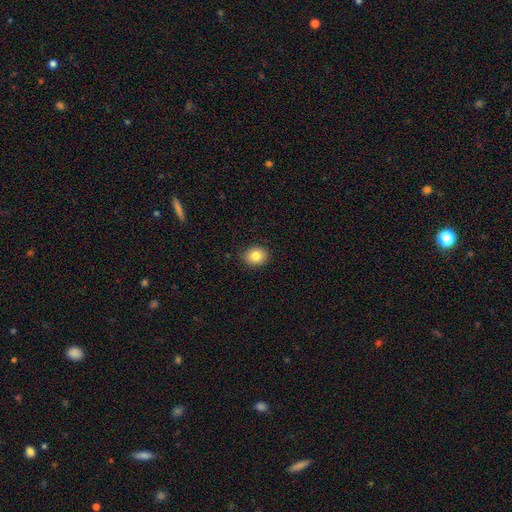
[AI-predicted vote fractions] Smooth or featured?
  - smooth: 82% *
  - star or artifact: 10%
  - featured or disk: 9%
How rounded?
  - round: 63% *
  - in between: 36%
  - cigar-shaped: 1%
Merging?
  - none: 87% *
  - minor disturbance: 9%
  - major disturbance: 2%
  - merger: 1%